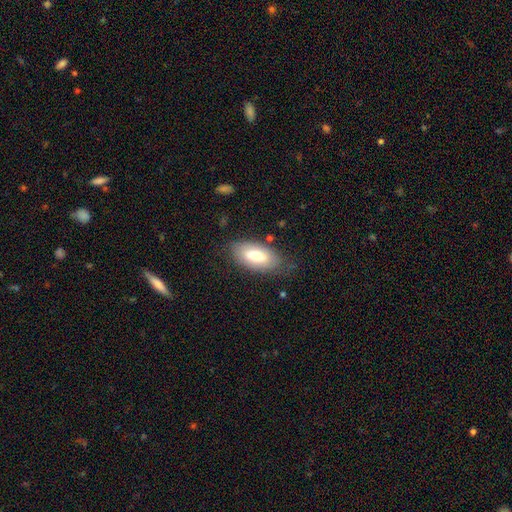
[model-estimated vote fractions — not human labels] Smooth or featured? Predicted: smooth (p=0.68). How rounded? Predicted: in between (p=0.90). Merging? Predicted: none (p=0.75).